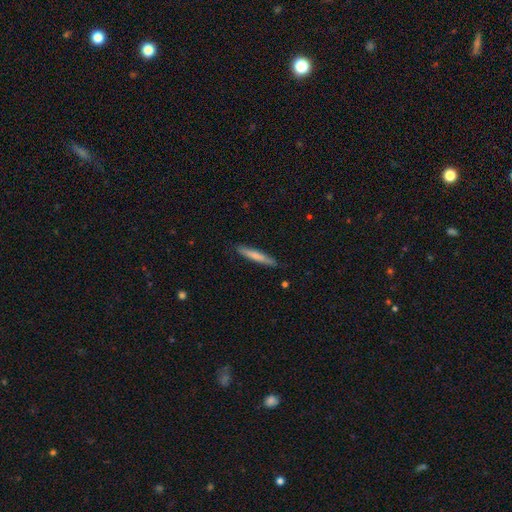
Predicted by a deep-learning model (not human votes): The model was most divided on "smooth or featured": smooth: 72%, featured or disk: 23%, star or artifact: 5%. More confident: how rounded — cigar-shaped (94%); merging — none (88%).